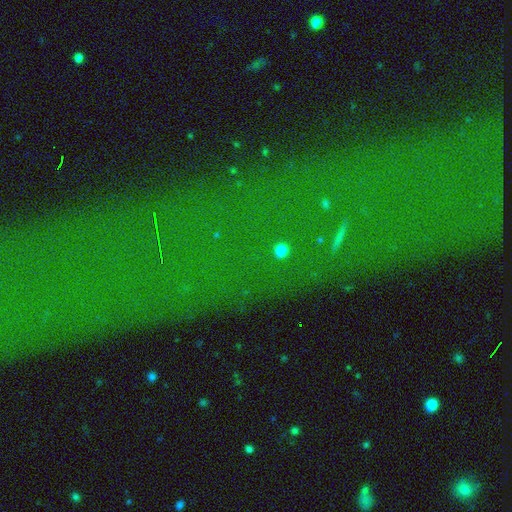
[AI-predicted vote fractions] A star or artifact, not a galaxy (77%).